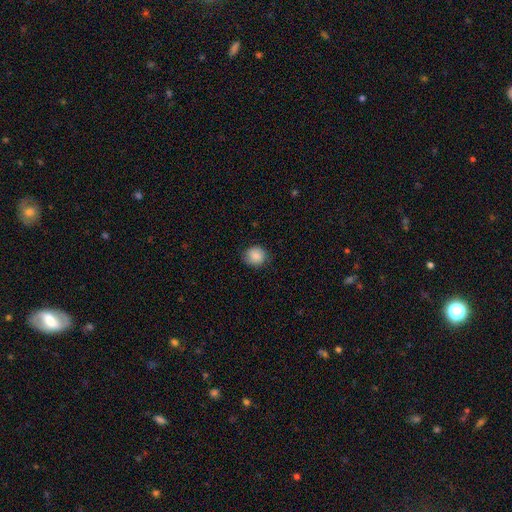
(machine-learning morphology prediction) The model was most divided on "how rounded": round: 81%, in between: 19%, cigar-shaped: 1%. More confident: smooth or featured — smooth (88%); merging — none (84%).